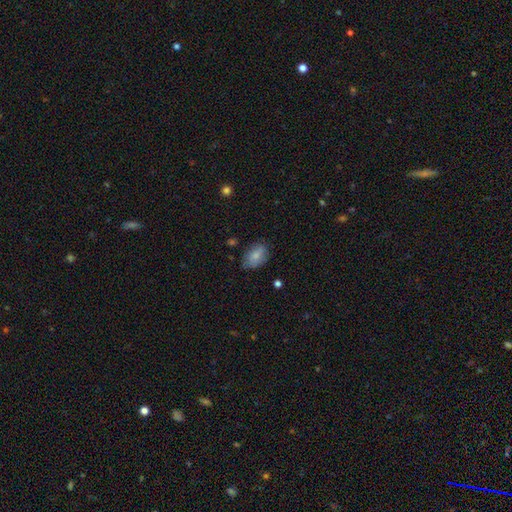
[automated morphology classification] This appears to be a smooth galaxy with no disk features (80%) that is in between round and cigar-shaped (89%). Merging: none (74%).